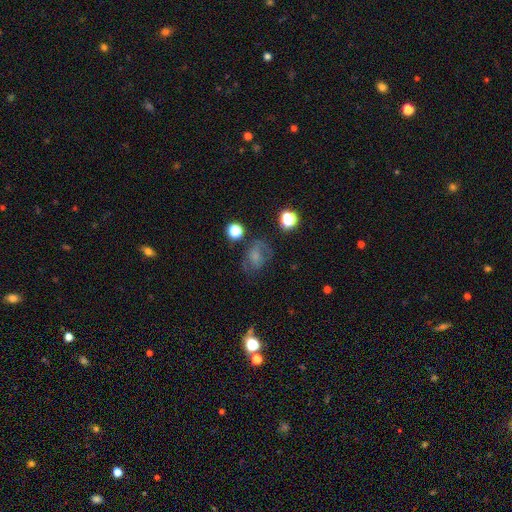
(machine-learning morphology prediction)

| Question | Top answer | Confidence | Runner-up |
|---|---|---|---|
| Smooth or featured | smooth | 50% | featured or disk (32%) |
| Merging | none | 57% | minor disturbance (22%) |